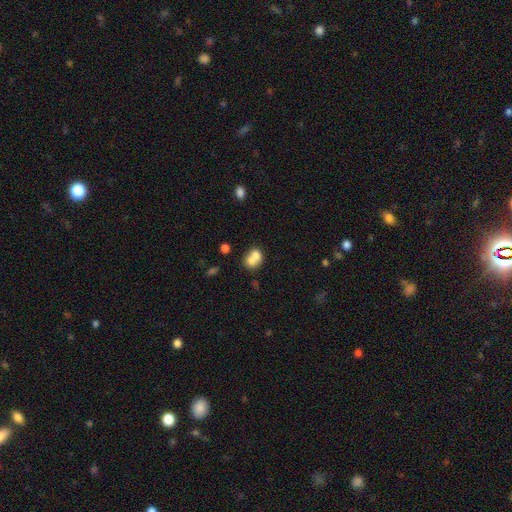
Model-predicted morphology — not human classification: The model was most divided on "how rounded": round: 58%, in between: 41%, cigar-shaped: 1%. More confident: smooth or featured — smooth (68%); merging — merger (67%).